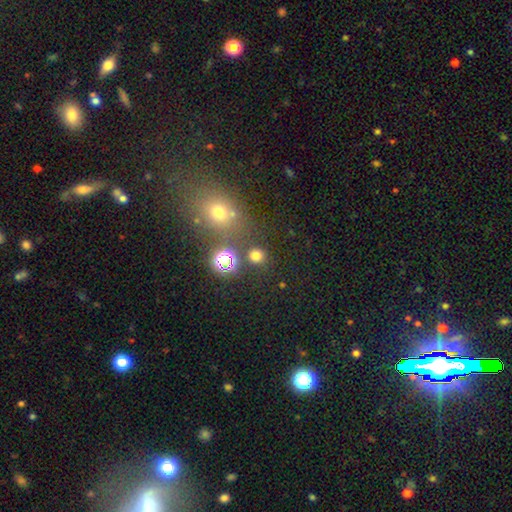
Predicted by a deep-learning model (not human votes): This is likely a smooth galaxy (70%). How rounded: clearly round (88%). Merging: clearly none (83%).